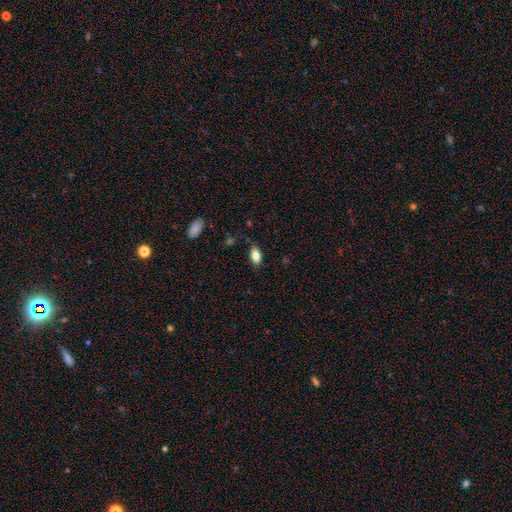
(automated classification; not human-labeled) Smooth or featured? smooth (80%)
How rounded? in between (89%)
Merging? none (82%)